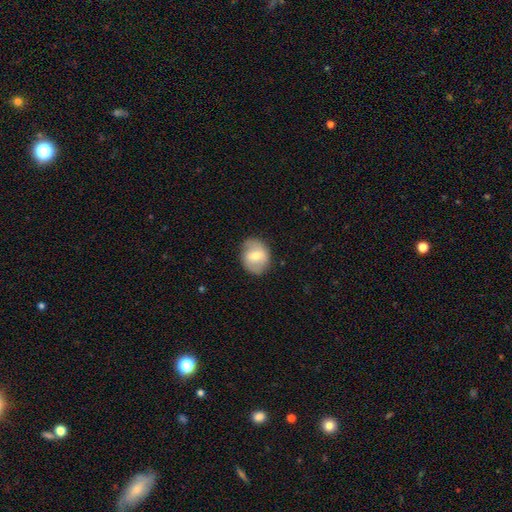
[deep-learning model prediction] A smooth galaxy with no disk features (53%) that is round (55%).

Vote fractions:
- Smooth or featured? smooth: 53% / featured or disk: 40% / star or artifact: 7%
- How rounded? round: 55% / in between: 44% / cigar-shaped: 1%
- Merging? none: 79% / minor disturbance: 16% / major disturbance: 4% / merger: 1%